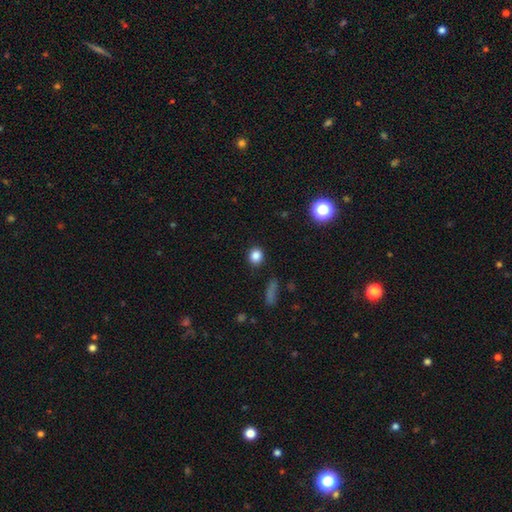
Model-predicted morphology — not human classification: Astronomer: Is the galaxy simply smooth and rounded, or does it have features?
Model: smooth — 83%.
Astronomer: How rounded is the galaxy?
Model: round — 78%.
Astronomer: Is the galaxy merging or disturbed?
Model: none — 87%.